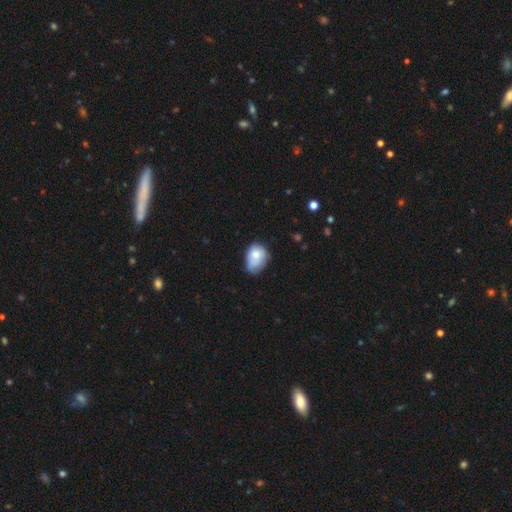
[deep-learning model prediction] smooth-or-featured: smooth: 74% | featured or disk: 18% | star or artifact: 8%
  how-rounded: in between: 71% | round: 28% | cigar-shaped: 1%
  merging: minor disturbance: 44% | none: 35% | major disturbance: 15% | merger: 6%